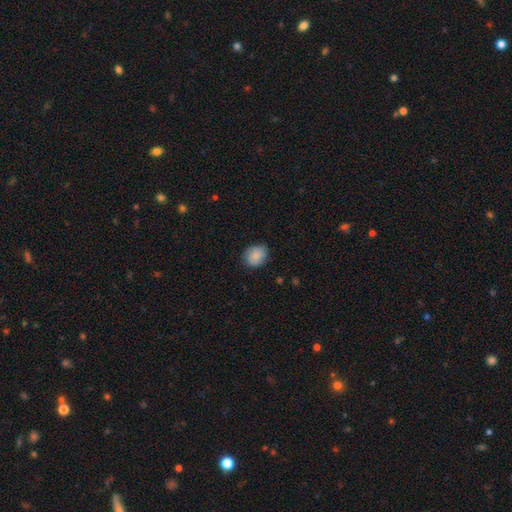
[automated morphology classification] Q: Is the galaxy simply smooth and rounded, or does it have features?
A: smooth — 85%.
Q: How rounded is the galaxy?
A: round — 57%.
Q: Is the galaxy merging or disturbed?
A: none — 80%.